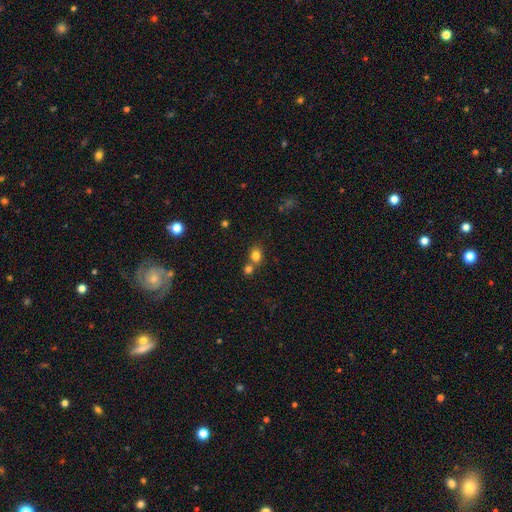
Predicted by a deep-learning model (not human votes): This appears to be a smooth galaxy with no disk features (81%) that is round (65%). Merging: none (52%).